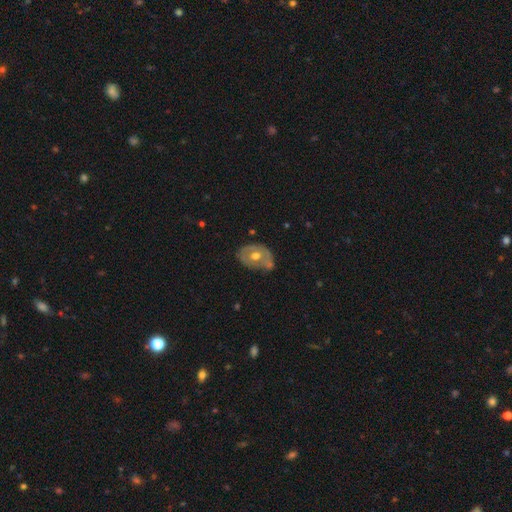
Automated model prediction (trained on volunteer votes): Morphology: type=featured or disk (54%); edge-on=no (93%); merging=none (52%).